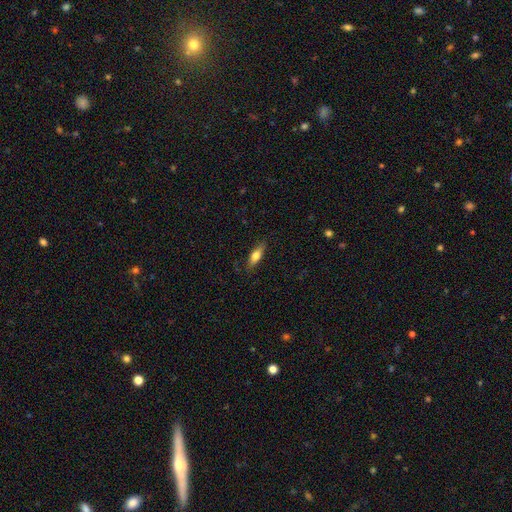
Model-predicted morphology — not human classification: This is likely a smooth galaxy (68%). How rounded: possibly in between (52%). Merging: clearly none (83%).